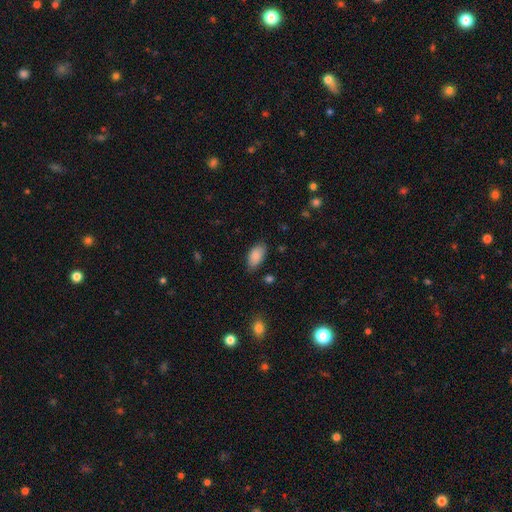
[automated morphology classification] This is clearly a smooth galaxy (87%). How rounded: clearly in between (94%). Merging: likely none (77%).